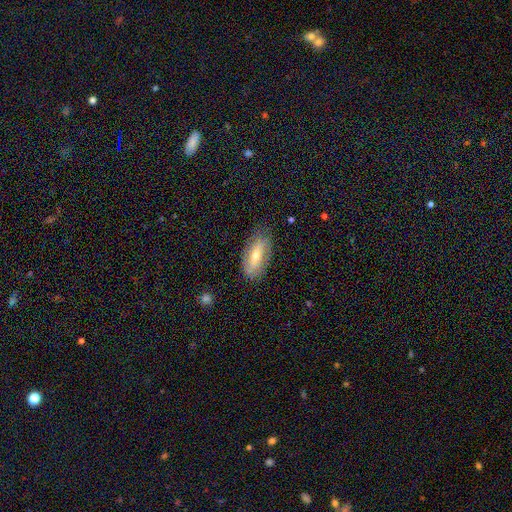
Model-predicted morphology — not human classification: A featured or disk galaxy (55%).

Vote fractions:
- Smooth or featured? featured or disk: 55% / smooth: 37% / star or artifact: 8%
- Edge-on disk? no: 83% / yes: 17%
- Merging? none: 79% / minor disturbance: 16% / major disturbance: 5% / merger: 1%